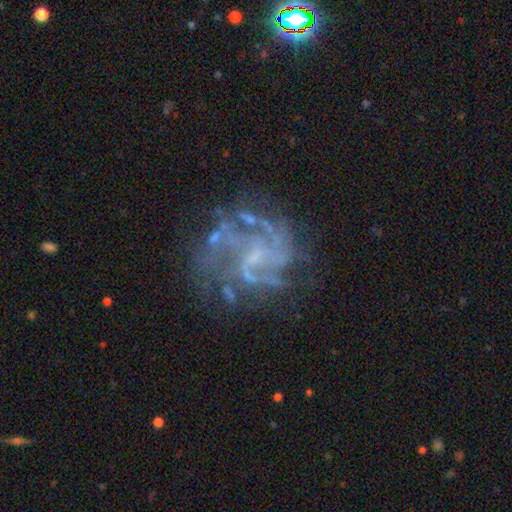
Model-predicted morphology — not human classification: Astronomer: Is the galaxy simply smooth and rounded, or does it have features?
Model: featured or disk — 81%.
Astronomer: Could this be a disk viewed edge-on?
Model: no — 98%.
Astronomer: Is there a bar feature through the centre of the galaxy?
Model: no — 54% (runner-up: weak, 38%).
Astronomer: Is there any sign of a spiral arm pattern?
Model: yes — 86%.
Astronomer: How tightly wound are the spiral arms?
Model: medium — 45% (runner-up: tight, 35%).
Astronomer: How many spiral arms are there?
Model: can't tell — 31% (runner-up: 3, 24%).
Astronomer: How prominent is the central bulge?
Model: small — 43% (runner-up: none, 42%).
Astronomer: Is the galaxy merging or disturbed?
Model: none — 61%.